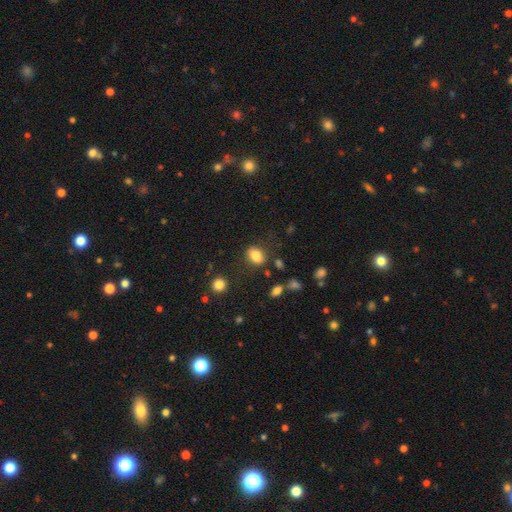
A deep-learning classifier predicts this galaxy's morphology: Q: Smooth or featured?
A: smooth (83%); runner-up: star or artifact (10%)
Q: How rounded?
A: in between (76%); runner-up: round (22%)
Q: Merging?
A: none (76%); runner-up: minor disturbance (15%)